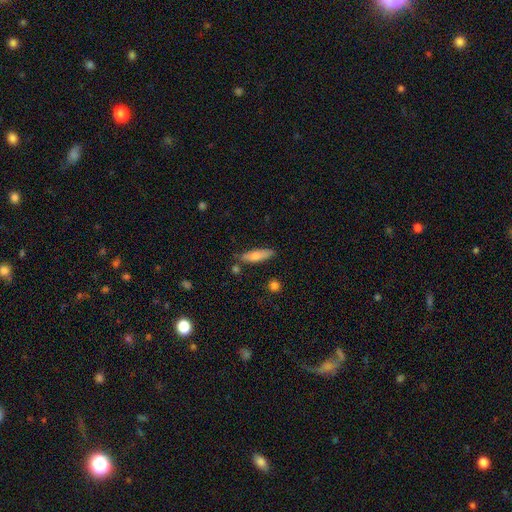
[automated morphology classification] Smooth or featured: smooth — 67% (featured or disk — 26%)
How rounded: cigar-shaped — 53% (in between — 45%)
Merging: none — 75% (minor disturbance — 16%)